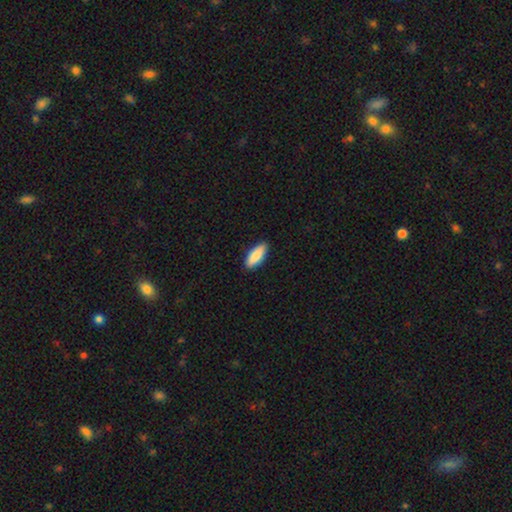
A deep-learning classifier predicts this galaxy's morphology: Smooth or featured? Predicted: smooth (p=0.87). How rounded? Predicted: in between (p=0.71). Merging? Predicted: none (p=0.89).